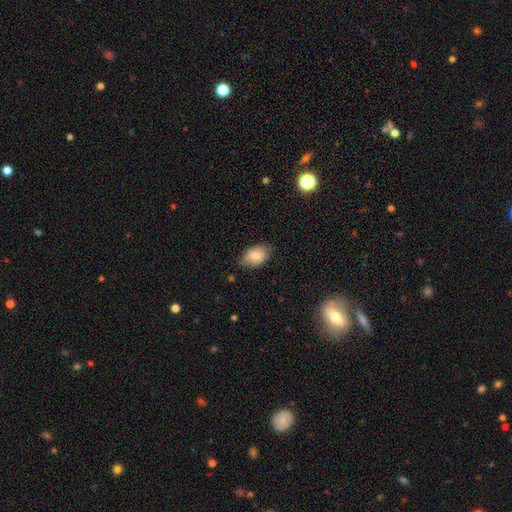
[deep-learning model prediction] smooth_or_featured: smooth (p=0.82) [alt: featured or disk p=0.11]
how_rounded: in between (p=0.87) [alt: round p=0.11]
merging: none (p=0.77) [alt: minor disturbance p=0.18]